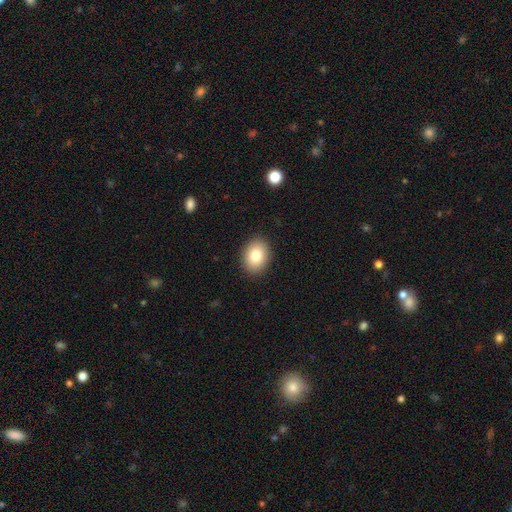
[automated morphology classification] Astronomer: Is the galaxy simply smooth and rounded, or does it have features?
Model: smooth — 84%.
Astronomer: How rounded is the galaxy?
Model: in between — 66%.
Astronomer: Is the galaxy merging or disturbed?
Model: none — 90%.